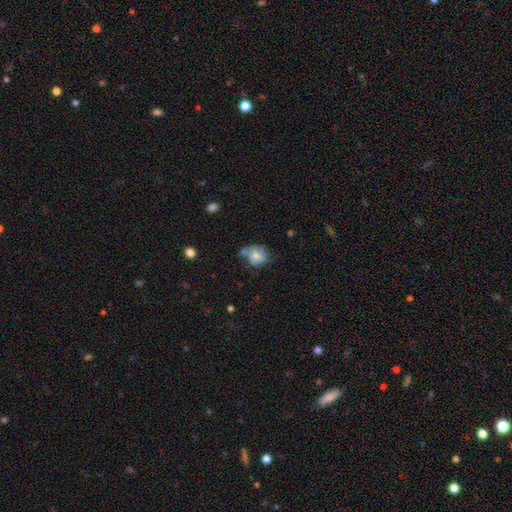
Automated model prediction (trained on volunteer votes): Overall: smooth (73%). How rounded: round (68%; in between 31%). Merging: none (45%; minor disturbance 27%).